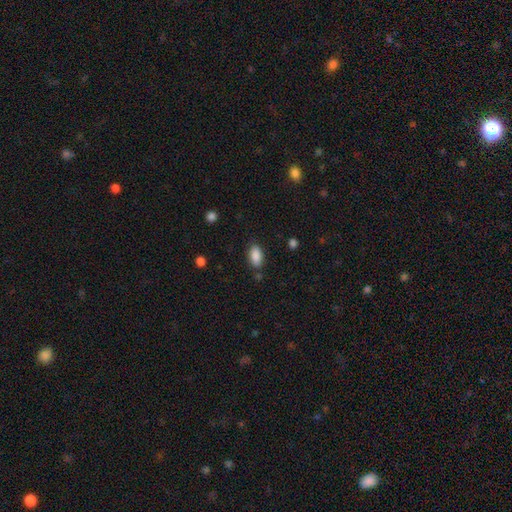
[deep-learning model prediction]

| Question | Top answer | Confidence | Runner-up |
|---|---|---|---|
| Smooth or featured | smooth | 88% | star or artifact (7%) |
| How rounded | in between | 92% | cigar-shaped (5%) |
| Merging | none | 81% | minor disturbance (13%) |